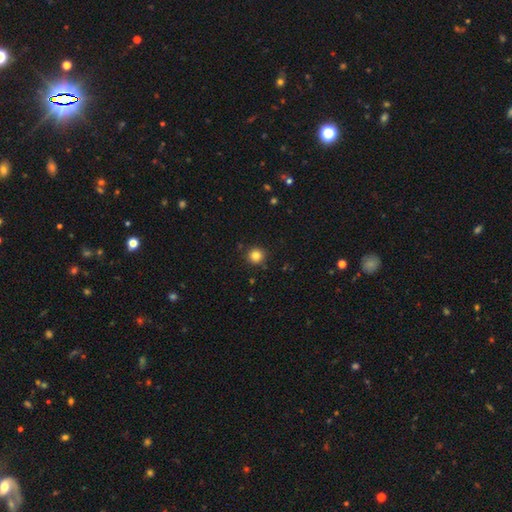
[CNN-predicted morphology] Smooth or featured? Predicted: smooth (p=0.83). How rounded? Predicted: round (p=0.94). Merging? Predicted: none (p=0.90).